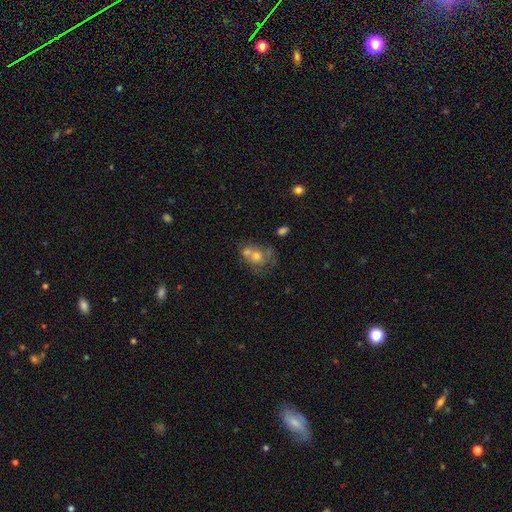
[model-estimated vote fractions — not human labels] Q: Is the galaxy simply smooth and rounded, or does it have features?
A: smooth — 51%.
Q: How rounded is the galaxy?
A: round — 58%.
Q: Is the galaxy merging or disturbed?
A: merger — 48%.